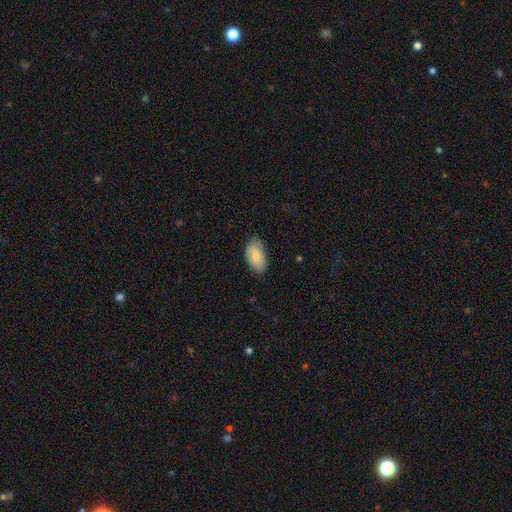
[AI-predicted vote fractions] smooth-or-featured: smooth: 83% | featured or disk: 11% | star or artifact: 6%
  how-rounded: in between: 95% | round: 3% | cigar-shaped: 2%
  merging: none: 78% | minor disturbance: 18% | major disturbance: 3% | merger: 1%